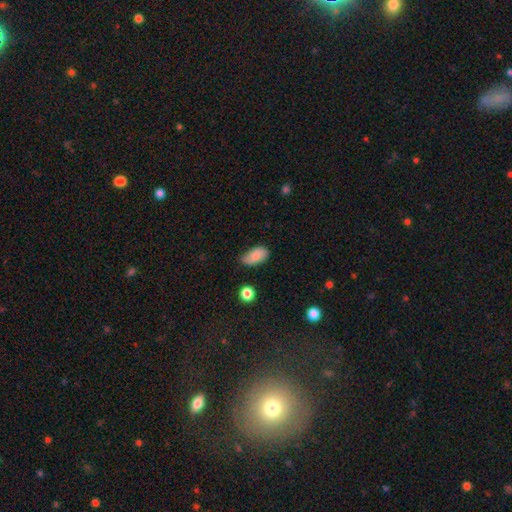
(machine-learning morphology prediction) The model was most divided on "merging": none: 56%, minor disturbance: 36%, major disturbance: 6%, merger: 2%. More confident: how rounded — in between (93%); smooth or featured — smooth (80%).